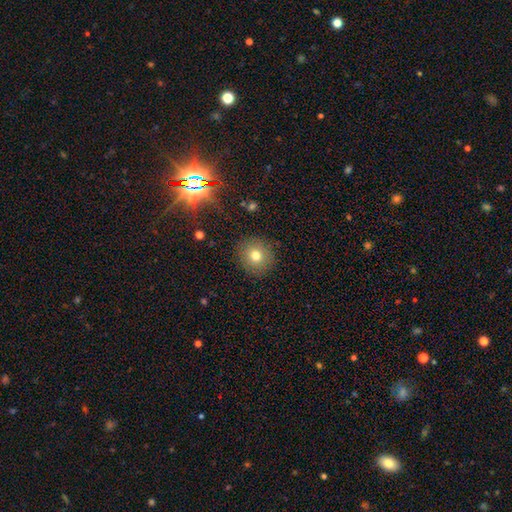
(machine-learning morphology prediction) Overall: smooth (75%). How rounded: round (91%). Merging: none (89%).